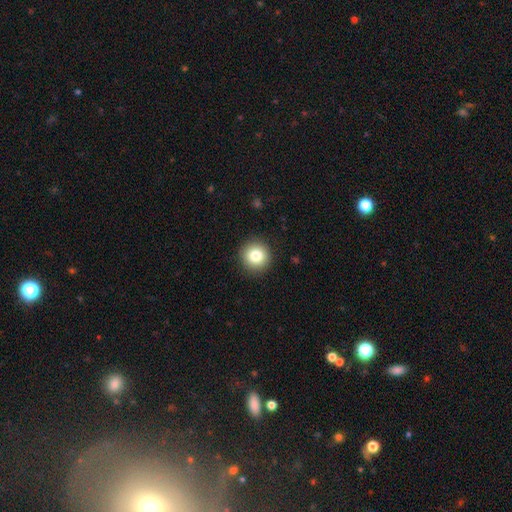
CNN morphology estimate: A smooth galaxy with no disk features (82%) that is round (94%). Merging: none (91%).